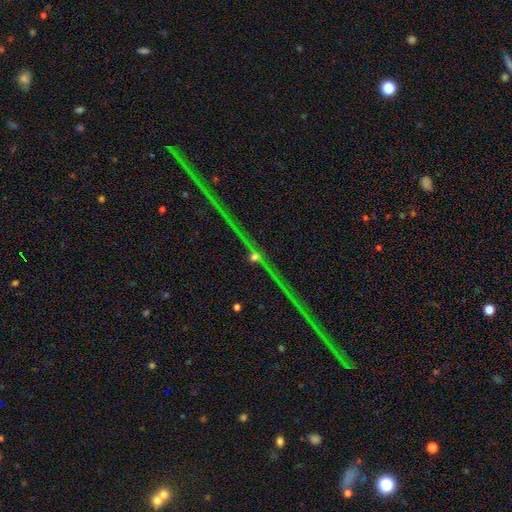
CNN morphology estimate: A star or artifact, not a galaxy (62%).